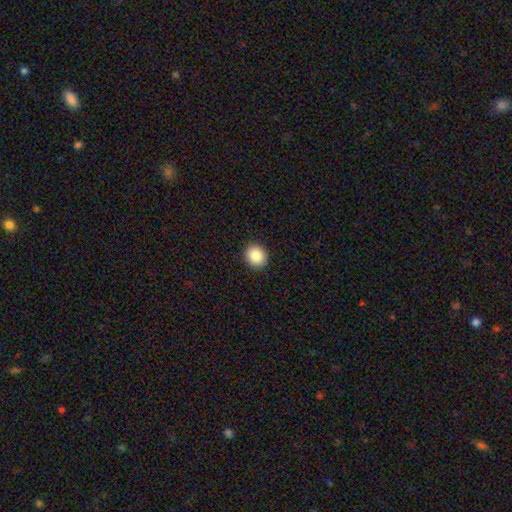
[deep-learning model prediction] This appears to be a smooth galaxy with no disk features (88%) that is round (79%). Merging: none (92%).